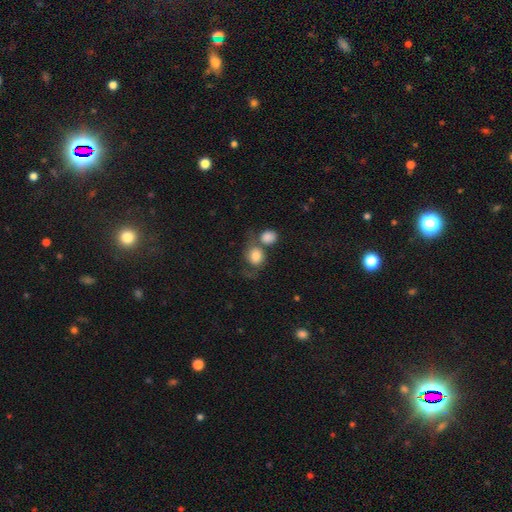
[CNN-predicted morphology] Smooth or featured? smooth (74%)
How rounded? round (66%)
Merging? merger (46%)